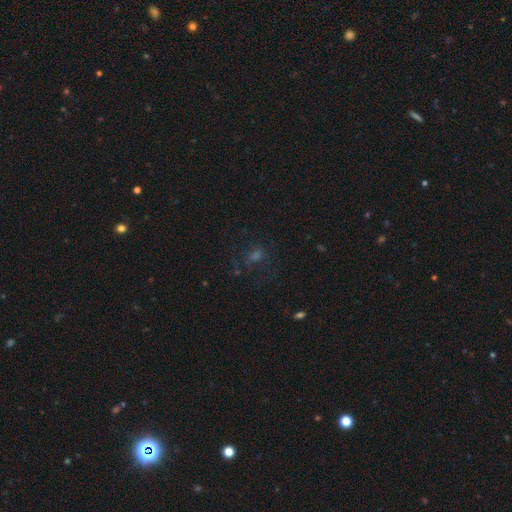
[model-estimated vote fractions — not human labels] Smooth or featured? star or artifact (42%)